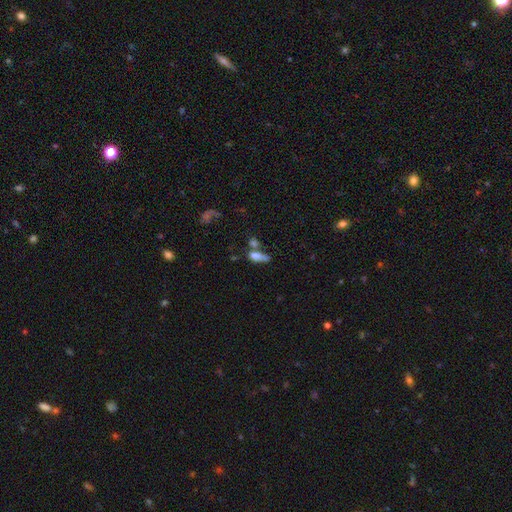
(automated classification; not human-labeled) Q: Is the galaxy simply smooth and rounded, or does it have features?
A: smooth — 68%.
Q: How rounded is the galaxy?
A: in between — 63%.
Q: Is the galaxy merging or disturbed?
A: merger — 36%.